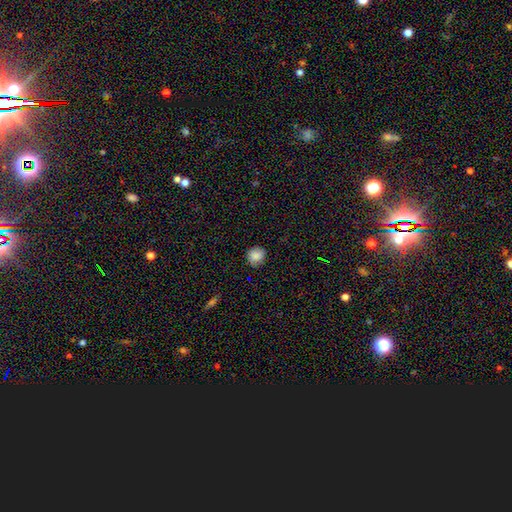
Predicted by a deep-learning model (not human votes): This appears to be a smooth galaxy with no disk features (85%) that is round (86%). Merging: none (80%).